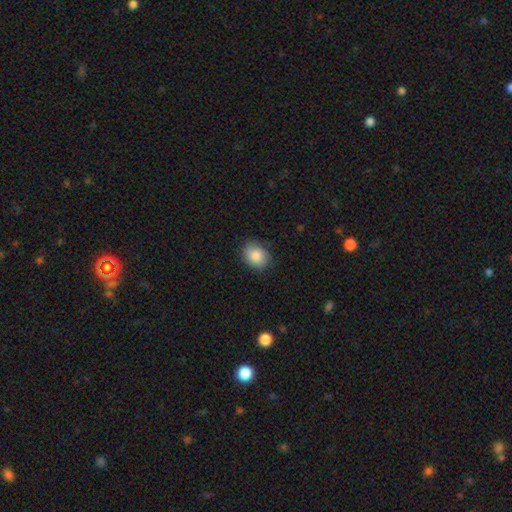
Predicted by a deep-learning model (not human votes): The model was most divided on "how rounded": in between: 55%, round: 44%, cigar-shaped: 1%. More confident: smooth or featured — smooth (86%); merging — none (80%).